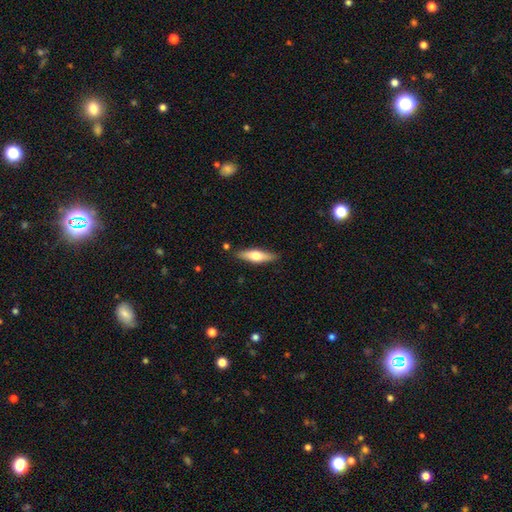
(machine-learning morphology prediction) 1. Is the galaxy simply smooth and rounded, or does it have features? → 56% smooth, 38% featured or disk, 6% star or artifact.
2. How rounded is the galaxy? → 60% cigar-shaped, 38% in between, 2% round.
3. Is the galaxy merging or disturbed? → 86% none, 10% minor disturbance, 2% merger, 2% major disturbance.